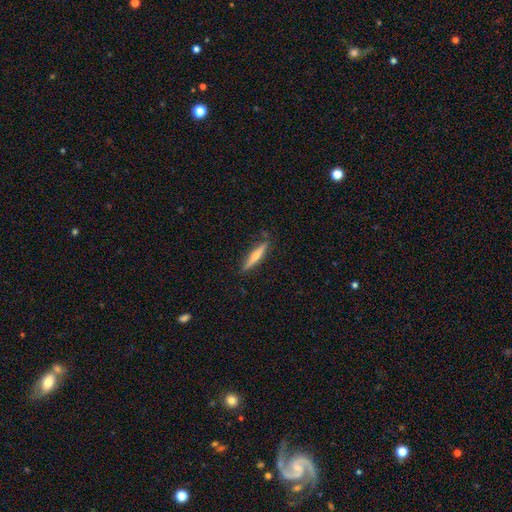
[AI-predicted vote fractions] Overall: featured or disk (53%; smooth 41%). Edge-on disk: yes (96%). Edge-on bulge: rounded (81%). Merging: none (87%).